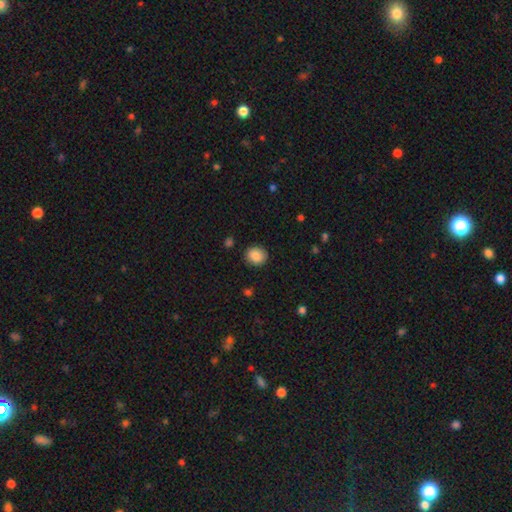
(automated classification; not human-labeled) smooth-or-featured: smooth: 87% | star or artifact: 9% | featured or disk: 5%
  how-rounded: round: 76% | in between: 23% | cigar-shaped: 1%
  merging: none: 89% | minor disturbance: 8% | major disturbance: 2% | merger: 1%